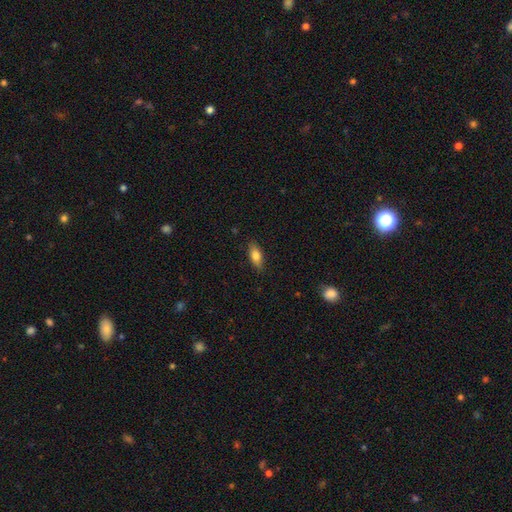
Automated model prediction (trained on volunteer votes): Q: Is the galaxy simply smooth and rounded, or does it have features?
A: smooth — 76%.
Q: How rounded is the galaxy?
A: in between — 79%.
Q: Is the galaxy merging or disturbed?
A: none — 85%.